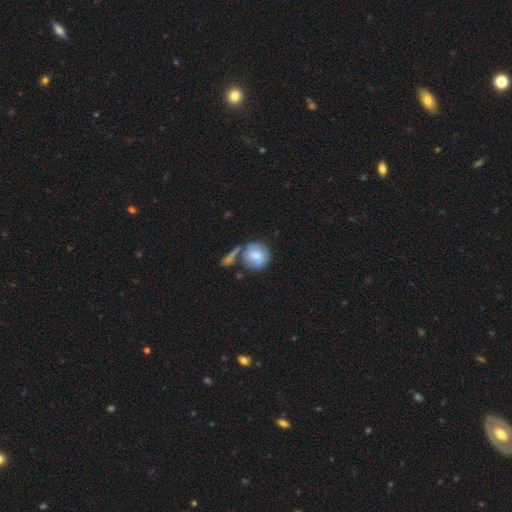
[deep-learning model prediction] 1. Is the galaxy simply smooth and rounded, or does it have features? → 71% smooth, 22% featured or disk, 7% star or artifact.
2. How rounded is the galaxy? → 83% round, 16% in between, 1% cigar-shaped.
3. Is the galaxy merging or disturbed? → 48% none, 25% merger, 17% minor disturbance, 10% major disturbance.